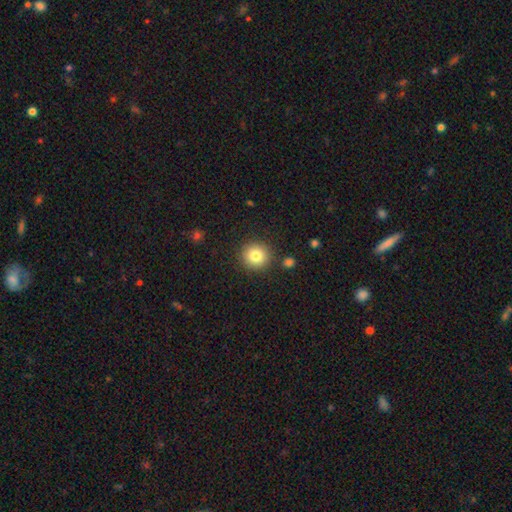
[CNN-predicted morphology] Smooth or featured? Predicted: smooth (p=0.82). How rounded? Predicted: round (p=0.92). Merging? Predicted: none (p=0.88).